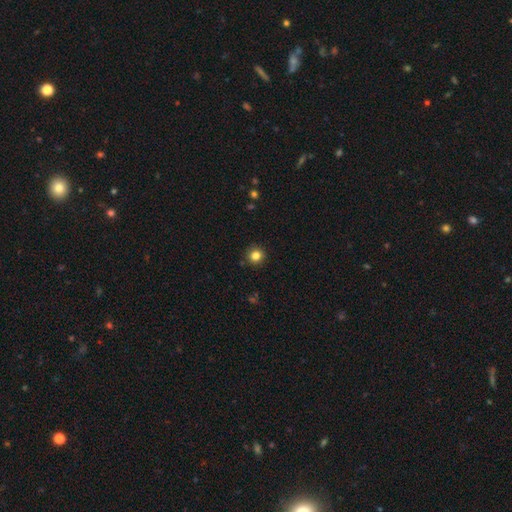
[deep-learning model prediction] smooth-or-featured: smooth: 82% | star or artifact: 12% | featured or disk: 6%
  how-rounded: round: 93% | in between: 6% | cigar-shaped: 1%
  merging: none: 92% | minor disturbance: 5% | major disturbance: 2% | merger: 1%